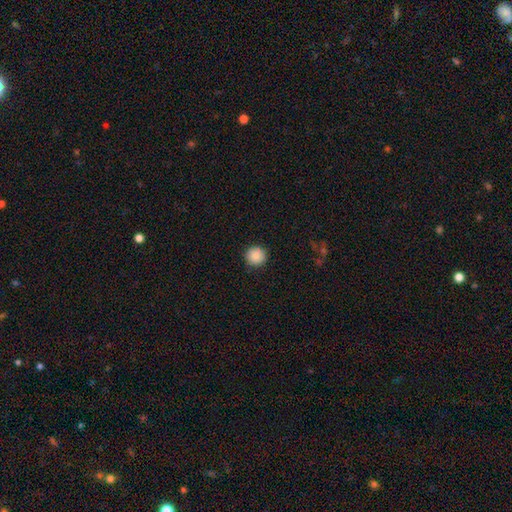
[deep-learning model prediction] A smooth galaxy with no disk features (86%) that is round (94%).

Vote fractions:
- Smooth or featured? smooth: 86% / star or artifact: 9% / featured or disk: 5%
- How rounded? round: 94% / in between: 5% / cigar-shaped: 1%
- Merging? none: 90% / minor disturbance: 7% / major disturbance: 2% / merger: 1%